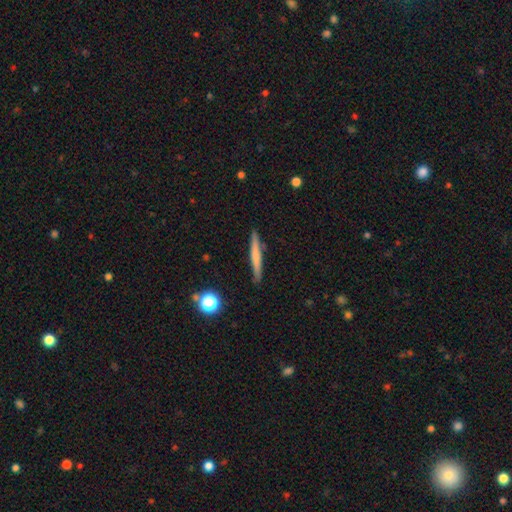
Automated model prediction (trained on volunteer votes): smooth_or_featured: smooth (p=0.57) [alt: featured or disk p=0.36]
how_rounded: cigar-shaped (p=0.95) [alt: in between p=0.03]
merging: none (p=0.88) [alt: minor disturbance p=0.08]